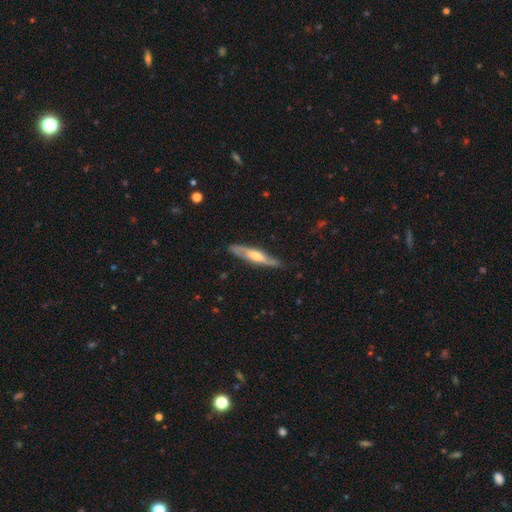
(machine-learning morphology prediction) This is possibly a featured or disk galaxy (59%). It is likely viewed edge-on (70%). Merging: clearly none (80%).